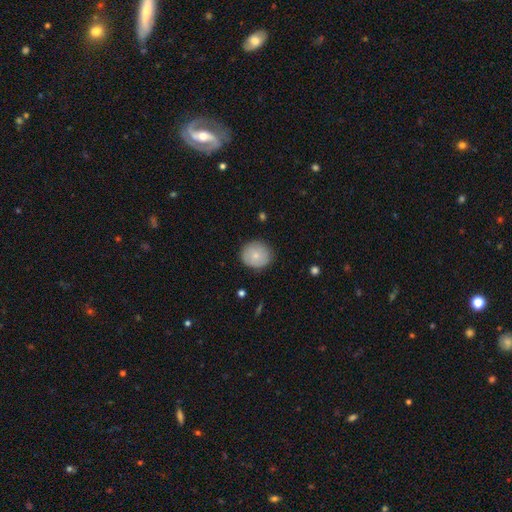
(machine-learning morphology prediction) Q: Smooth or featured?
A: smooth (76%); runner-up: featured or disk (17%)
Q: How rounded?
A: round (85%); runner-up: in between (14%)
Q: Merging?
A: none (85%); runner-up: minor disturbance (12%)